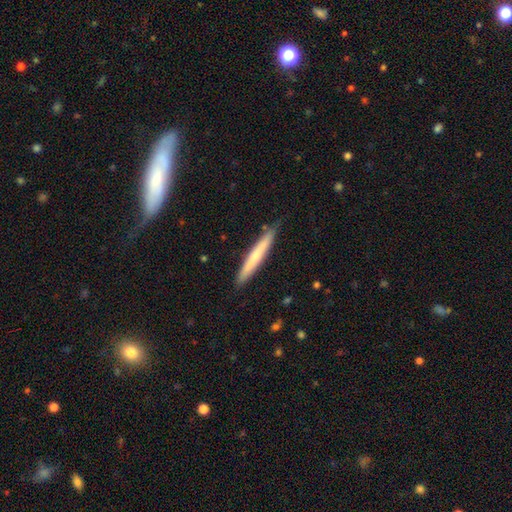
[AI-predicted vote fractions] The model was most divided on "smooth or featured": smooth: 60%, featured or disk: 34%, star or artifact: 6%. More confident: how rounded — cigar-shaped (95%); merging — none (87%).